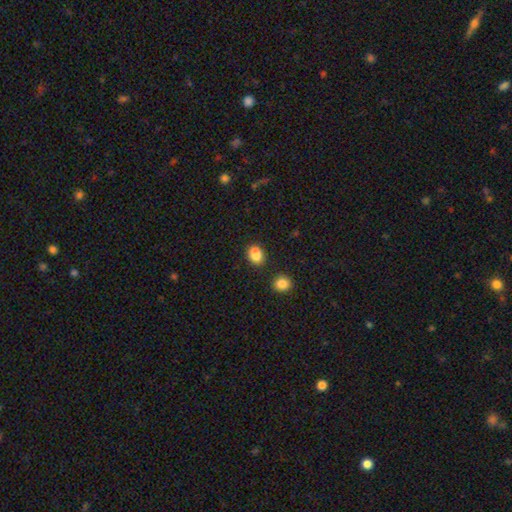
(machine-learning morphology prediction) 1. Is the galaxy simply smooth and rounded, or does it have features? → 80% smooth, 11% star or artifact, 9% featured or disk.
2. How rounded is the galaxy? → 58% in between, 40% round, 1% cigar-shaped.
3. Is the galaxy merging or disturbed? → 50% none, 33% merger, 13% minor disturbance, 4% major disturbance.